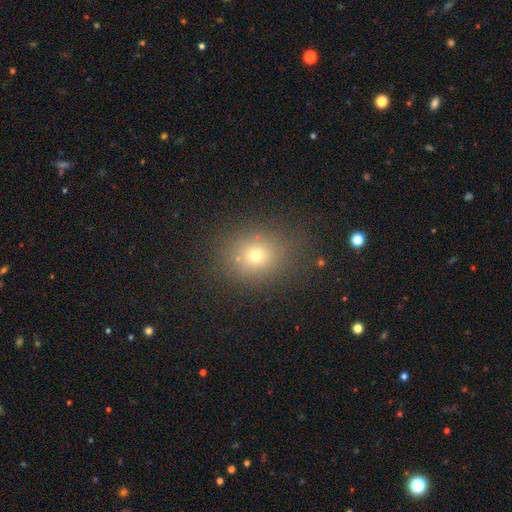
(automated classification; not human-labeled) Smooth or featured: smooth — 69% (star or artifact — 19%)
How rounded: round — 68% (in between — 31%)
Merging: none — 81% (minor disturbance — 11%)